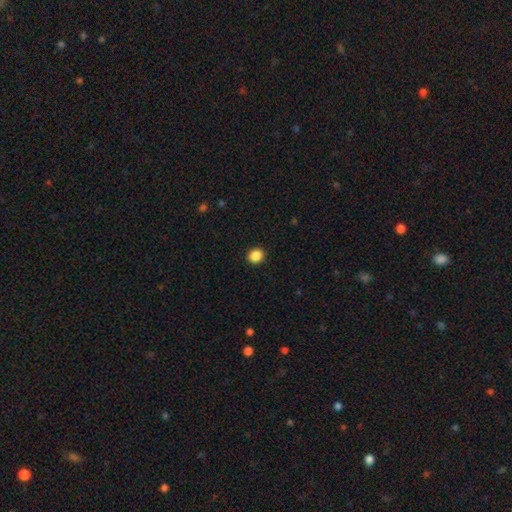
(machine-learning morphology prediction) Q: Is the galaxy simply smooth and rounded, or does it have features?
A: smooth — 87%.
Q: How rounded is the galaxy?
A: round — 81%.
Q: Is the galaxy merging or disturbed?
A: none — 92%.